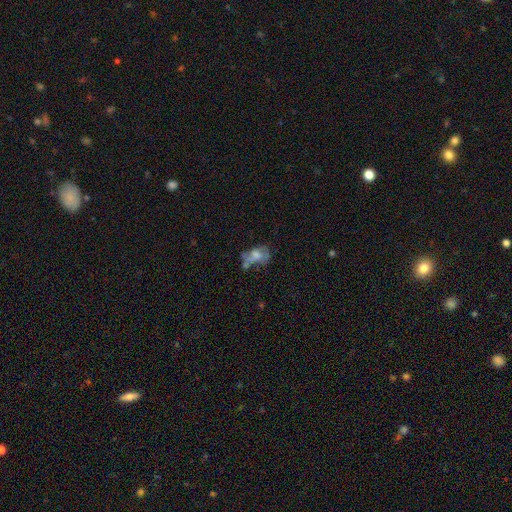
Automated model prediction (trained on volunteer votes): This is marginally a smooth galaxy (45%). Merging: marginally major disturbance (30%).